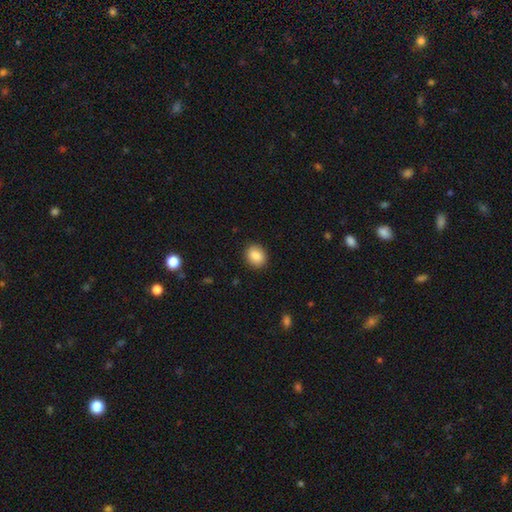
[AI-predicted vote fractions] Morphology: type=smooth (87%); roundness=round (63%); merging=none (90%).